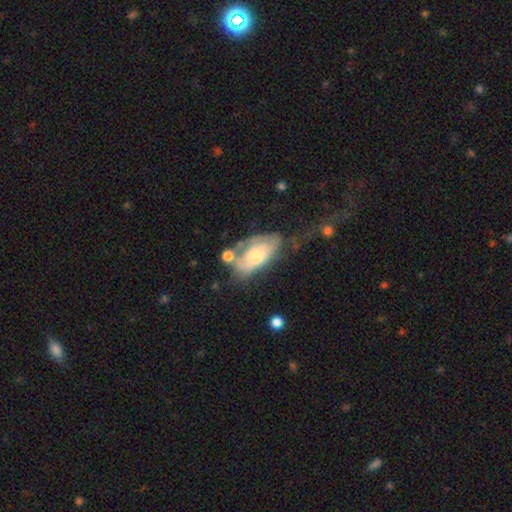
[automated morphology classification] Q: Smooth or featured?
A: featured or disk (51%); runner-up: smooth (42%)
Q: Edge-on disk?
A: no (89%); runner-up: yes (11%)
Q: Merging?
A: none (32%); runner-up: minor disturbance (27%)